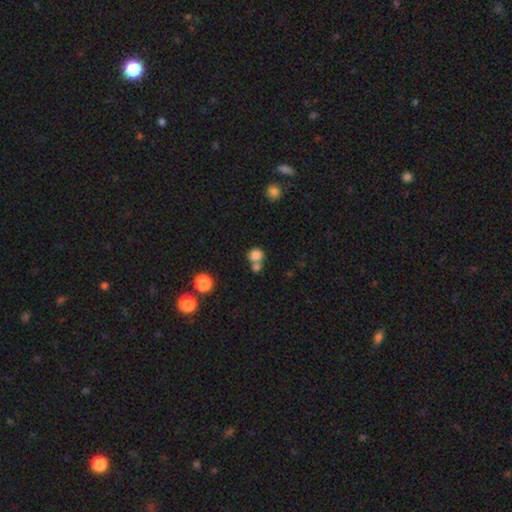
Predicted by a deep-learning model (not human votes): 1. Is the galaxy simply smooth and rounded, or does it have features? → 81% smooth, 12% star or artifact, 7% featured or disk.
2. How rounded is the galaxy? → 84% round, 15% in between, 1% cigar-shaped.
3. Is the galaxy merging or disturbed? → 47% none, 42% merger, 8% minor disturbance, 4% major disturbance.